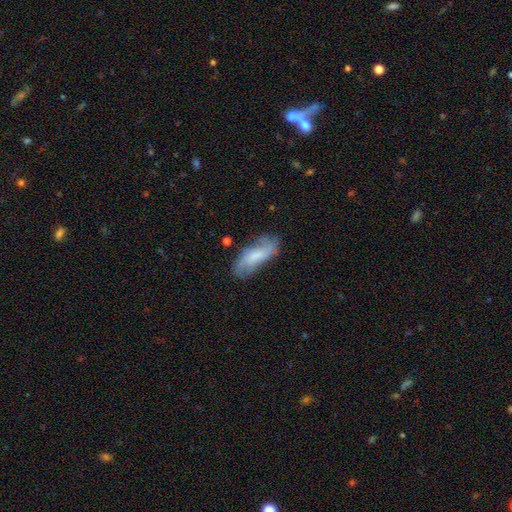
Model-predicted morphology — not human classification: smooth-or-featured: featured or disk: 51% | smooth: 41% | star or artifact: 8%
  disk-edge-on: no: 87% | yes: 13%
  merging: none: 64% | minor disturbance: 24% | major disturbance: 10% | merger: 3%